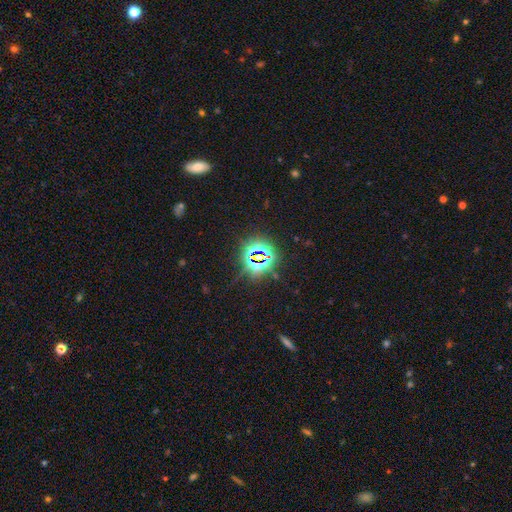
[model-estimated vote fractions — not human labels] smooth-or-featured: star or artifact: 81% | smooth: 11% | featured or disk: 8%